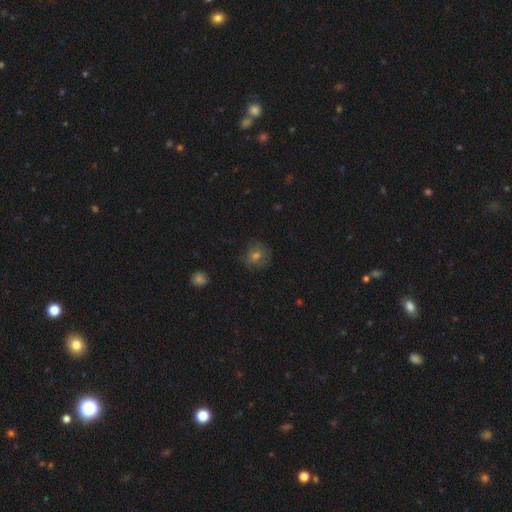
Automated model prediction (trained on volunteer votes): Smooth or featured: smooth — 65% (star or artifact — 20%)
How rounded: round — 86% (in between — 13%)
Merging: none — 81% (minor disturbance — 14%)